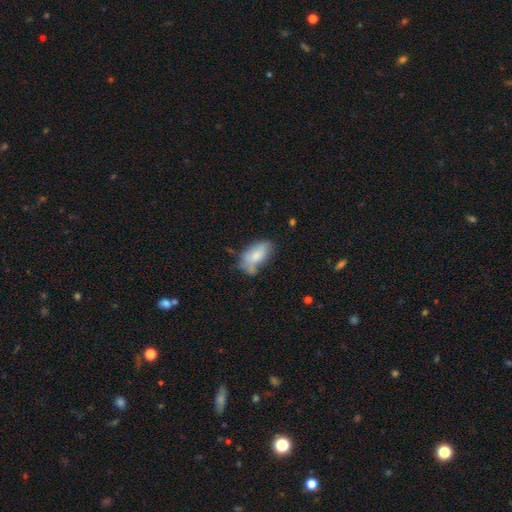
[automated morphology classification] The model was most divided on "merging": none: 44%, minor disturbance: 34%, major disturbance: 13%, merger: 9%. More confident: how rounded — in between (92%); smooth or featured — smooth (74%).